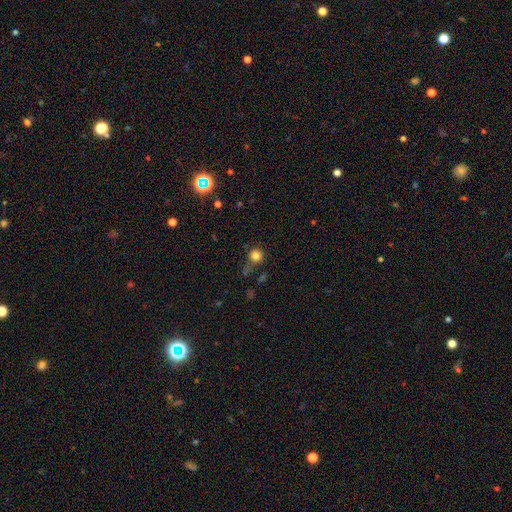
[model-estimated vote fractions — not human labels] Smooth or featured? smooth (81%)
How rounded? round (92%)
Merging? none (70%)